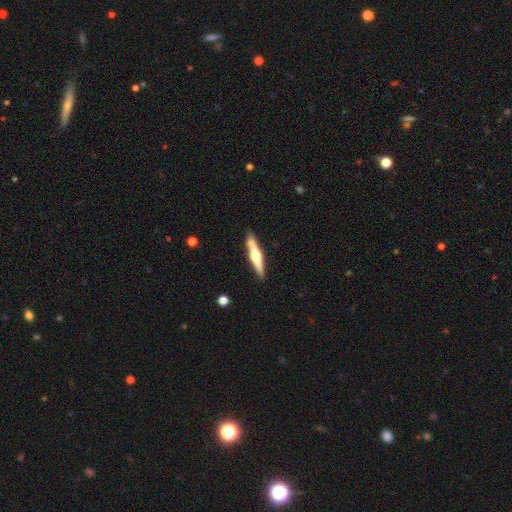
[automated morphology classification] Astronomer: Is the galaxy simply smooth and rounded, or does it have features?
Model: featured or disk — 68%.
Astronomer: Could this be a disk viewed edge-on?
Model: yes — 97%.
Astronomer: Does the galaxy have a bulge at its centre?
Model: rounded — 93%.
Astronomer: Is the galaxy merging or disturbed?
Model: none — 88%.